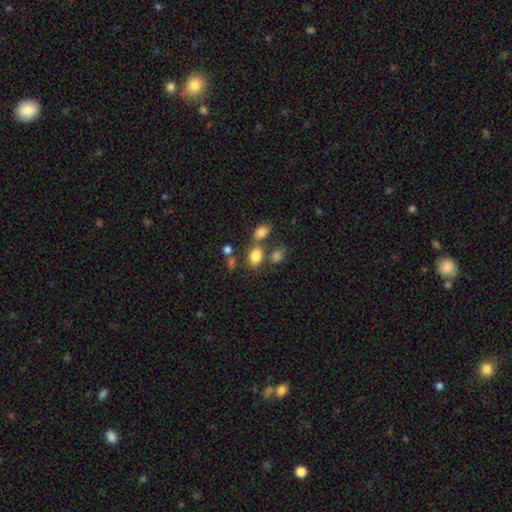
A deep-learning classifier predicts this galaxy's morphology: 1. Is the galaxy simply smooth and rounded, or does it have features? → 81% smooth, 11% star or artifact, 8% featured or disk.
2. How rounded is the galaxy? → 75% in between, 23% round, 1% cigar-shaped.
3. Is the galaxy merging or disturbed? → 55% none, 27% merger, 13% minor disturbance, 6% major disturbance.